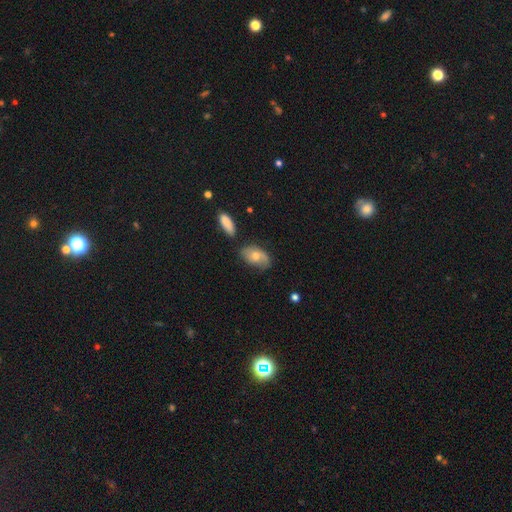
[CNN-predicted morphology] smooth 47%, featured or disk 45%, star or artifact 8%. Down the decision tree: merging — none (56%).